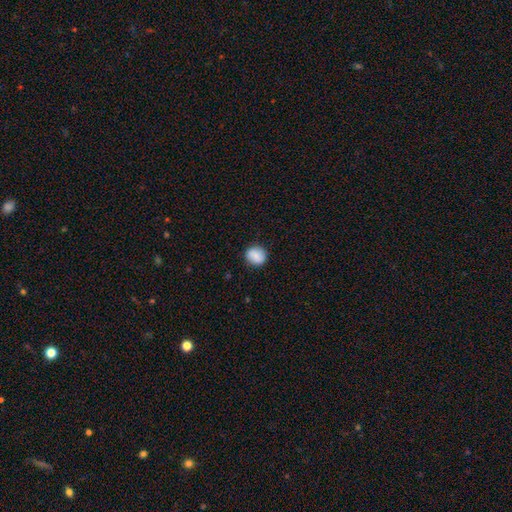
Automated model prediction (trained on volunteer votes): Smooth or featured?
  - smooth: 84% *
  - featured or disk: 8%
  - star or artifact: 8%
How rounded?
  - round: 80% *
  - in between: 19%
  - cigar-shaped: 1%
Merging?
  - none: 86% *
  - minor disturbance: 10%
  - major disturbance: 3%
  - merger: 1%